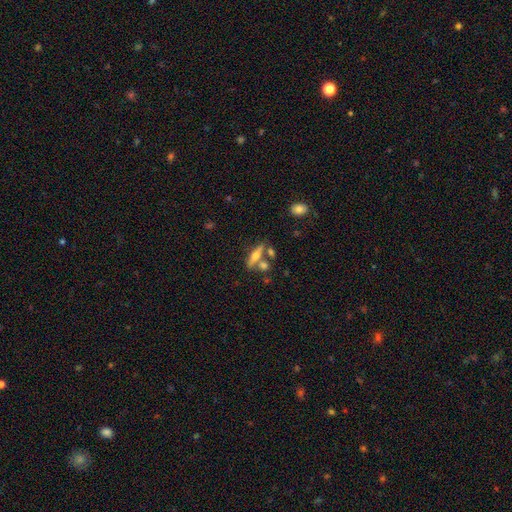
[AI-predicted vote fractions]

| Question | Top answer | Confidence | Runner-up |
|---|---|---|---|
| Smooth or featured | featured or disk | 47% | smooth (43%) |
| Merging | none | 59% | merger (23%) |